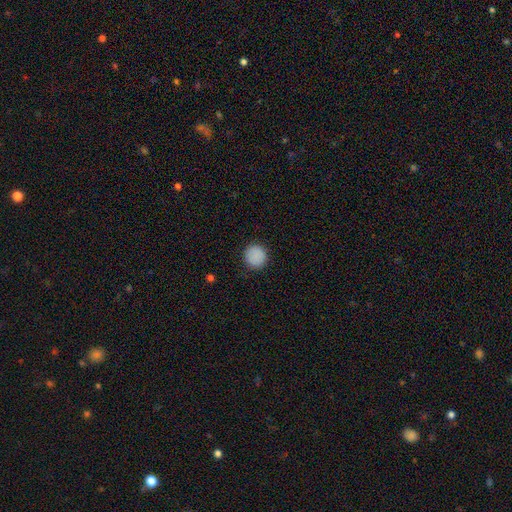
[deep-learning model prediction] Overall: smooth (89%). How rounded: round (94%). Merging: none (91%).